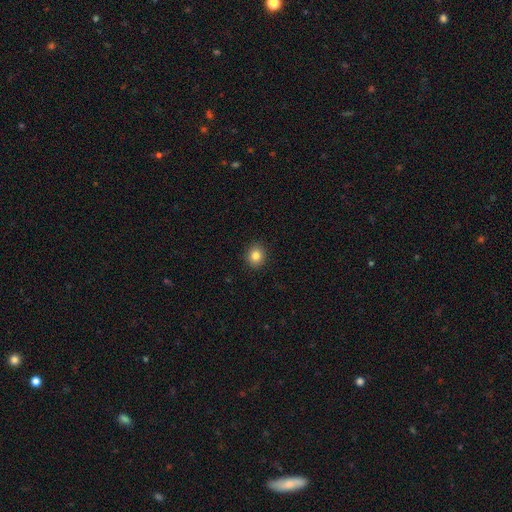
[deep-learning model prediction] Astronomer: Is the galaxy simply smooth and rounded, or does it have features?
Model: smooth — 83%.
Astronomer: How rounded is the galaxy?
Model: round — 81%.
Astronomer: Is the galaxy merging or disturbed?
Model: none — 92%.